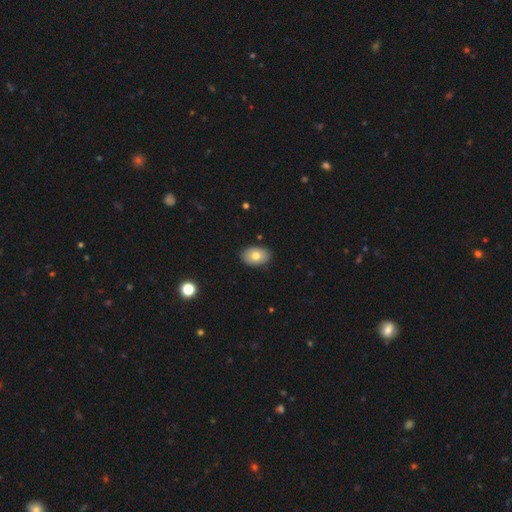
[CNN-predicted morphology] Smooth or featured: smooth — 75% (featured or disk — 18%)
How rounded: in between — 86% (round — 13%)
Merging: none — 88% (minor disturbance — 9%)